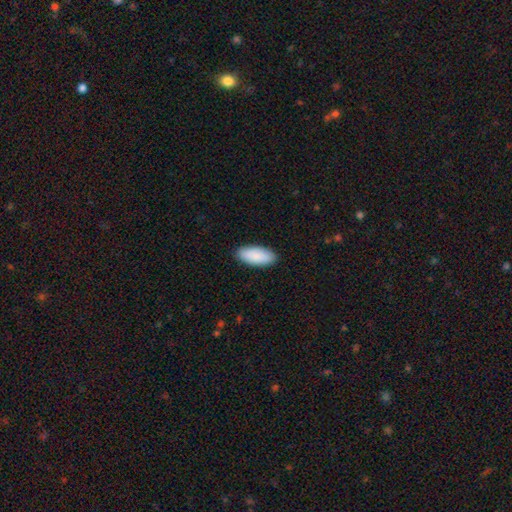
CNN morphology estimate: Smooth or featured? smooth (90%)
How rounded? in between (90%)
Merging? none (89%)